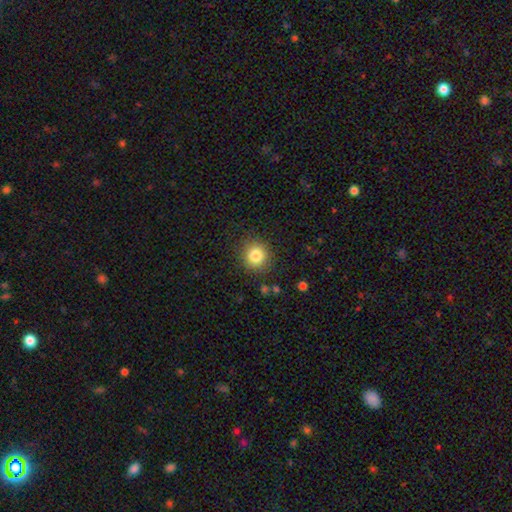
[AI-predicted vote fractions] smooth-or-featured: smooth: 83% | star or artifact: 11% | featured or disk: 6%
  how-rounded: round: 90% | in between: 9% | cigar-shaped: 1%
  merging: none: 87% | minor disturbance: 8% | major disturbance: 3% | merger: 2%